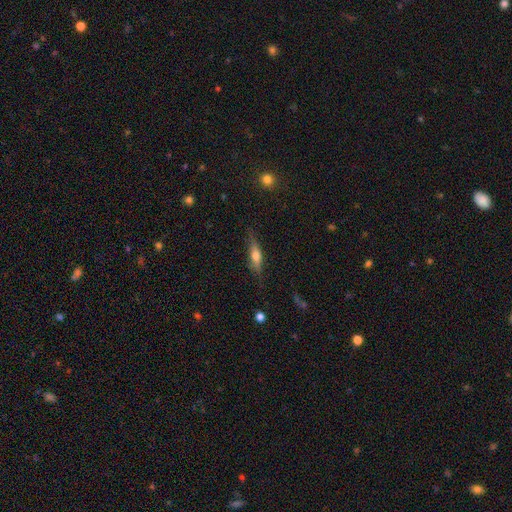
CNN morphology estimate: Smooth or featured? Predicted: smooth (p=0.52). How rounded? Predicted: cigar-shaped (p=0.64). Merging? Predicted: none (p=0.77).